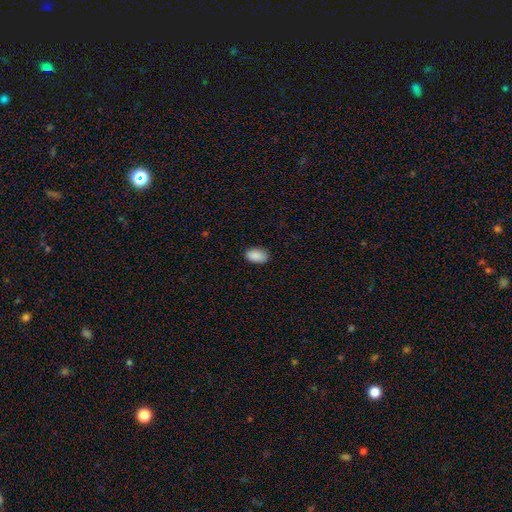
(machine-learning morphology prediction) smooth-or-featured: smooth: 90% | star or artifact: 7% | featured or disk: 3%
  how-rounded: in between: 93% | round: 5% | cigar-shaped: 1%
  merging: none: 86% | minor disturbance: 11% | major disturbance: 2% | merger: 1%